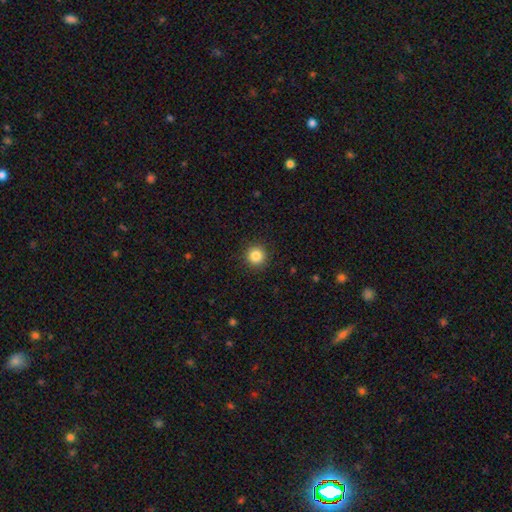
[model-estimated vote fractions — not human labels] This is clearly a smooth galaxy (85%). How rounded: clearly round (95%). Merging: clearly none (92%).